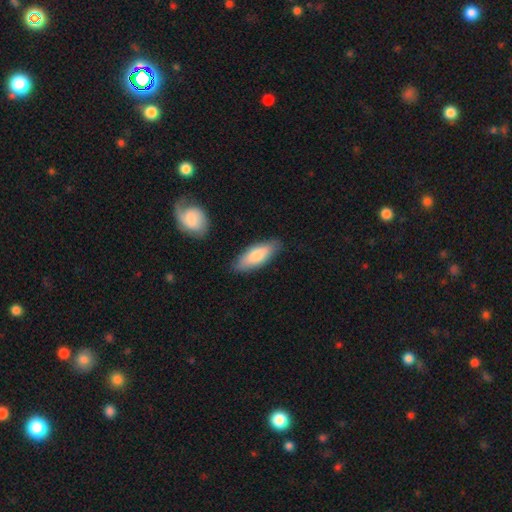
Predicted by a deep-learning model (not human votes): A smooth galaxy with no disk features (79%) that is in between round and cigar-shaped (67%). Merging: none (83%).